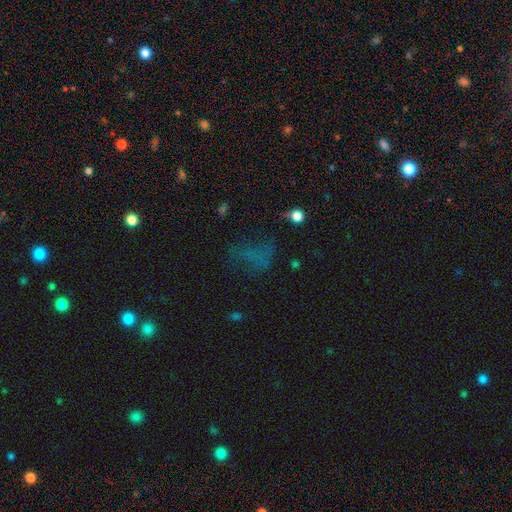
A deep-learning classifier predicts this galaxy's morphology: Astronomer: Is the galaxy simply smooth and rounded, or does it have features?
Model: smooth — 41% (runner-up: star or artifact, 36%).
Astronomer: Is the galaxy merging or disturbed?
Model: none — 45% (runner-up: major disturbance, 33%).